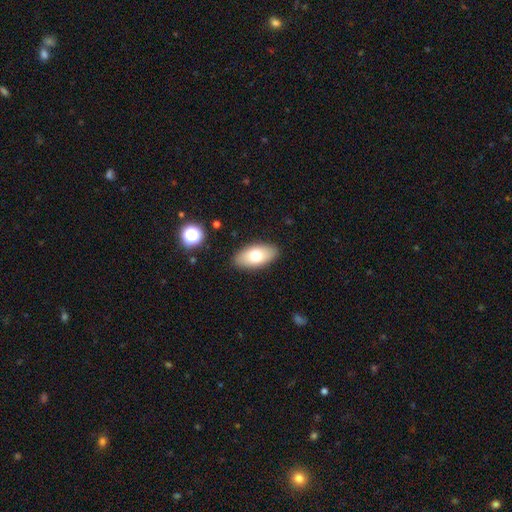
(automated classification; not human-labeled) smooth_or_featured: smooth (p=0.74) [alt: featured or disk p=0.19]
how_rounded: in between (p=0.92) [alt: cigar-shaped p=0.05]
merging: none (p=0.88) [alt: minor disturbance p=0.09]